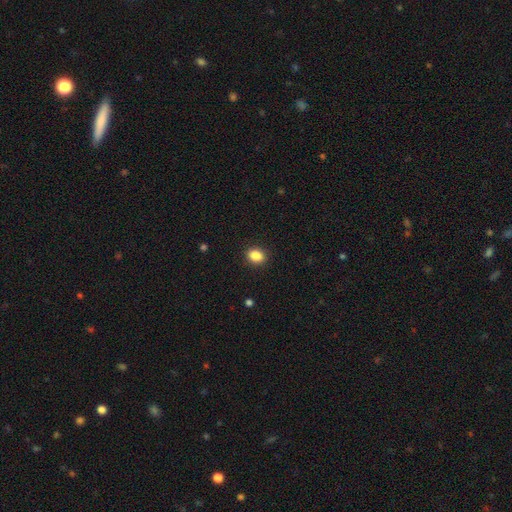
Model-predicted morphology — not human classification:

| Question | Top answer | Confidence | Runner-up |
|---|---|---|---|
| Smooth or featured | smooth | 87% | star or artifact (9%) |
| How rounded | in between | 58% | round (41%) |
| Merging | none | 90% | minor disturbance (7%) |